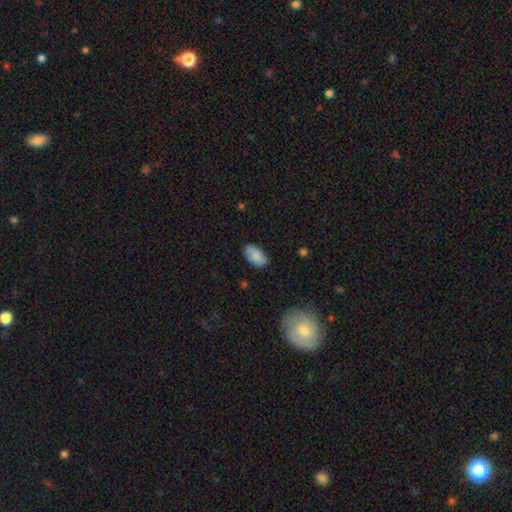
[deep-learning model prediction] Q: Smooth or featured?
A: smooth (84%); runner-up: featured or disk (9%)
Q: How rounded?
A: in between (94%); runner-up: round (4%)
Q: Merging?
A: none (83%); runner-up: minor disturbance (13%)